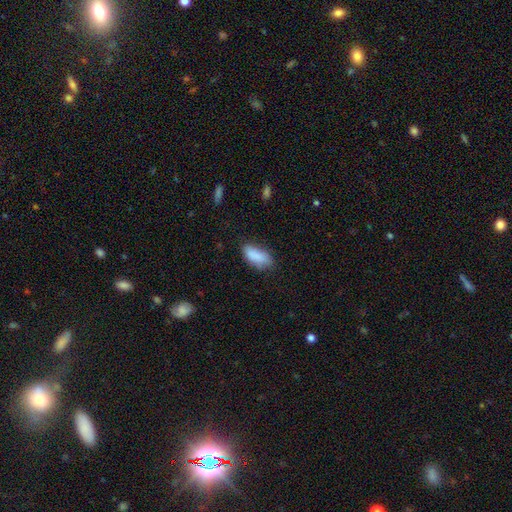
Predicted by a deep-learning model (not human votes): A smooth galaxy with no disk features (86%) that is in between round and cigar-shaped (87%). Merging: none (64%).